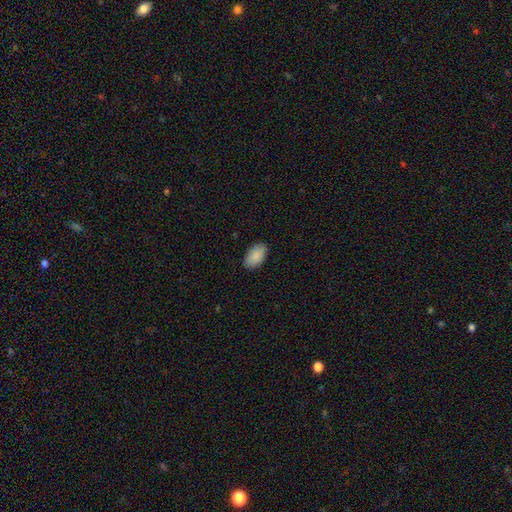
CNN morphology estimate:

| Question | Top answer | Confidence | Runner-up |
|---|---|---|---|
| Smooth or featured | smooth | 89% | star or artifact (6%) |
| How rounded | in between | 95% | round (4%) |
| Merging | none | 87% | minor disturbance (10%) |